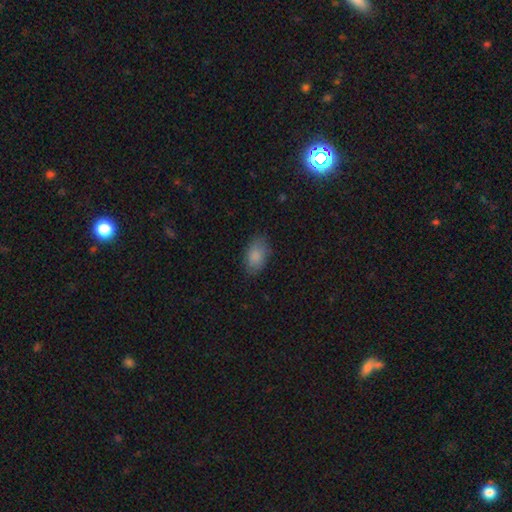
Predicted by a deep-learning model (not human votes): The model was most divided on "merging": none: 80%, minor disturbance: 15%, major disturbance: 4%, merger: 1%. More confident: how rounded — in between (90%); smooth or featured — smooth (86%).